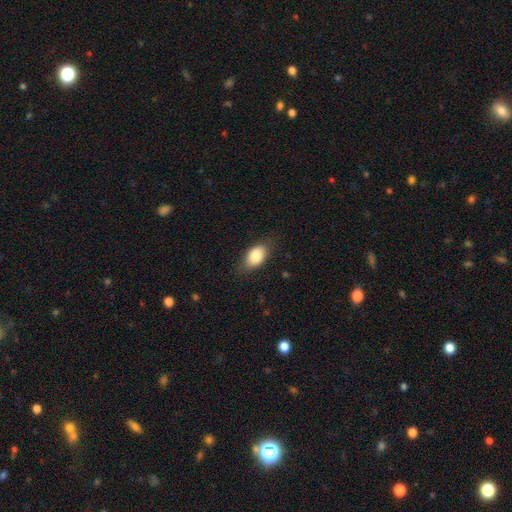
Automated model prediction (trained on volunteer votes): A smooth galaxy with no disk features (83%) that is in between round and cigar-shaped (87%).

Vote fractions:
- Smooth or featured? smooth: 83% / featured or disk: 10% / star or artifact: 7%
- How rounded? in between: 87% / round: 10% / cigar-shaped: 3%
- Merging? none: 76% / minor disturbance: 19% / major disturbance: 5% / merger: 1%